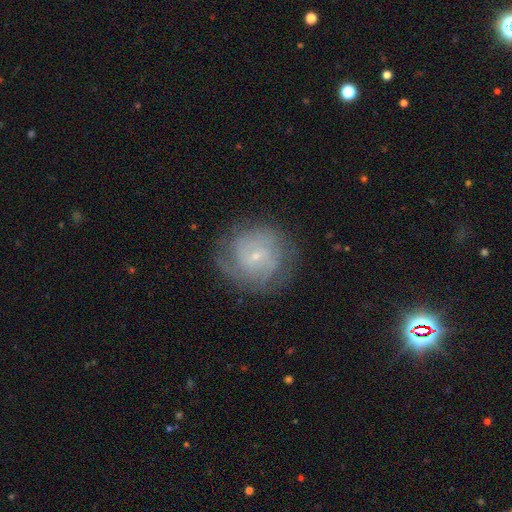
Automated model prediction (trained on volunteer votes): Q: Smooth or featured?
A: featured or disk (71%); runner-up: smooth (21%)
Q: Edge-on disk?
A: no (97%); runner-up: yes (3%)
Q: Bar?
A: no (57%); runner-up: weak (37%)
Q: Spiral arms?
A: yes (88%); runner-up: no (12%)
Q: Spiral winding?
A: tight (59%); runner-up: medium (31%)
Q: Spiral arm count?
A: can't tell (46%); runner-up: 2 (21%)
Q: Bulge size?
A: small (82%); runner-up: moderate (13%)
Q: Merging?
A: none (75%); runner-up: minor disturbance (16%)